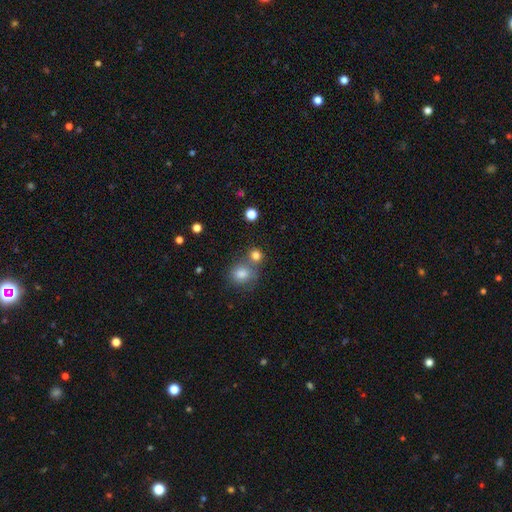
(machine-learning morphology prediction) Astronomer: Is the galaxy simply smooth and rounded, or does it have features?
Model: smooth — 80%.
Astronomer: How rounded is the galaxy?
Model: round — 80%.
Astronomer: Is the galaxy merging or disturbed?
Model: none — 52% (runner-up: merger, 35%).